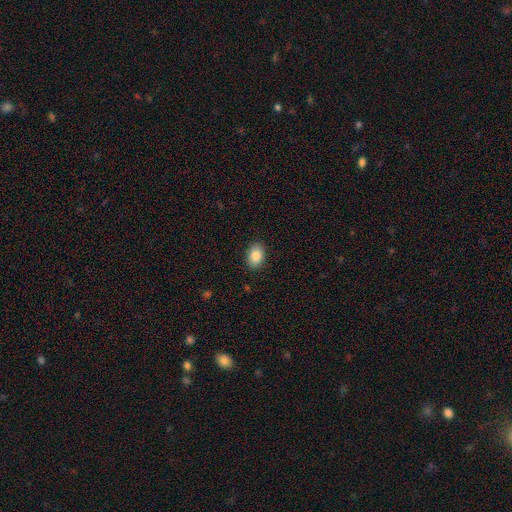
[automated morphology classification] Smooth or featured: smooth — 87% (star or artifact — 7%)
How rounded: in between — 84% (round — 15%)
Merging: none — 88% (minor disturbance — 8%)